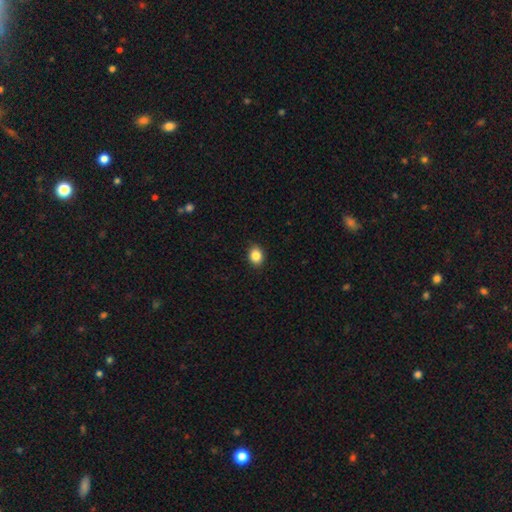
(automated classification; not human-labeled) A smooth galaxy with no disk features (86%) that is round (50%).

Vote fractions:
- Smooth or featured? smooth: 86% / star or artifact: 9% / featured or disk: 5%
- How rounded? round: 50% / in between: 49% / cigar-shaped: 1%
- Merging? none: 91% / minor disturbance: 6% / major disturbance: 2% / merger: 1%